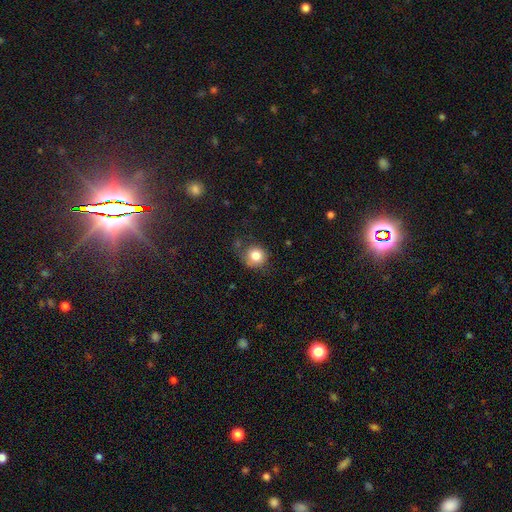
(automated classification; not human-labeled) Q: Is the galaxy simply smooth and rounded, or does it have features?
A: smooth — 82%.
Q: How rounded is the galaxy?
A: round — 86%.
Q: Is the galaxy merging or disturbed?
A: none — 66%.